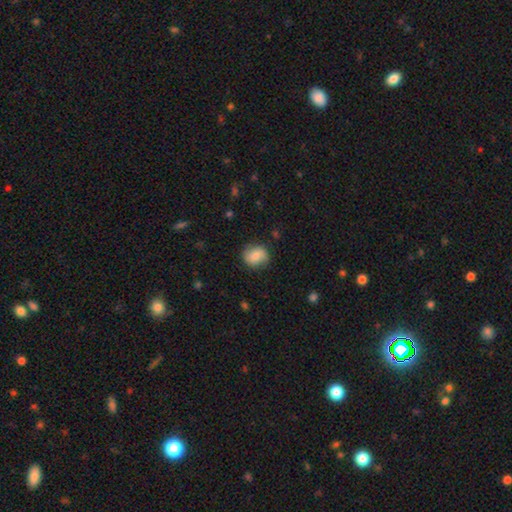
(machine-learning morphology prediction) This appears to be a smooth galaxy with no disk features (74%) that is round (72%). Merging: none (80%).